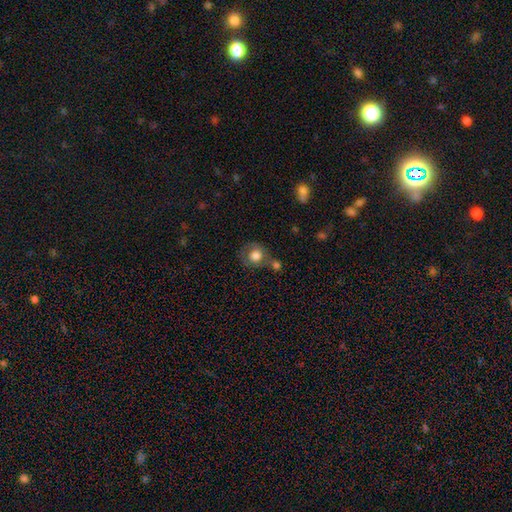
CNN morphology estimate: A smooth galaxy with no disk features (73%) that is round (82%).

Vote fractions:
- Smooth or featured? smooth: 73% / featured or disk: 18% / star or artifact: 8%
- How rounded? round: 82% / in between: 17% / cigar-shaped: 1%
- Merging? none: 51% / merger: 22% / minor disturbance: 18% / major disturbance: 9%